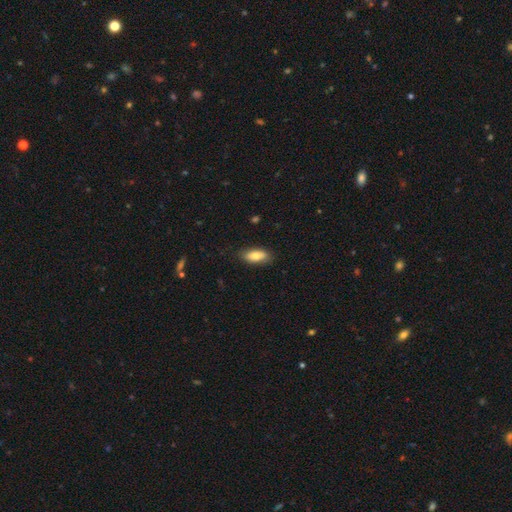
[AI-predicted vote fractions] A smooth galaxy with no disk features (79%) that is in between round and cigar-shaped (84%).

Vote fractions:
- Smooth or featured? smooth: 79% / featured or disk: 14% / star or artifact: 7%
- How rounded? in between: 84% / cigar-shaped: 13% / round: 3%
- Merging? none: 82% / minor disturbance: 14% / major disturbance: 3% / merger: 1%